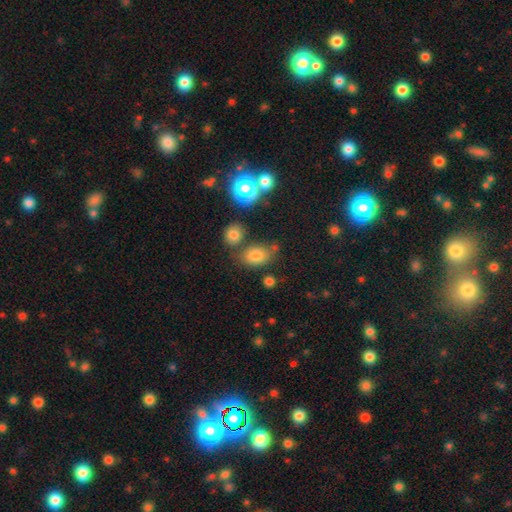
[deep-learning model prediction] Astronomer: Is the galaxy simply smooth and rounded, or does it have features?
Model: smooth — 77%.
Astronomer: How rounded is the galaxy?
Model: in between — 77%.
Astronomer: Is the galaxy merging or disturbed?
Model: none — 64%.